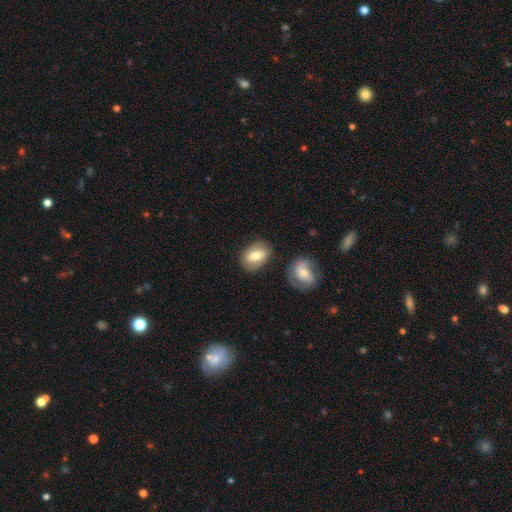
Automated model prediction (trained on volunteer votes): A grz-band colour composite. It shows a smooth galaxy with no disk features (68%) that is in between round and cigar-shaped (84%). Merging: none (76%).